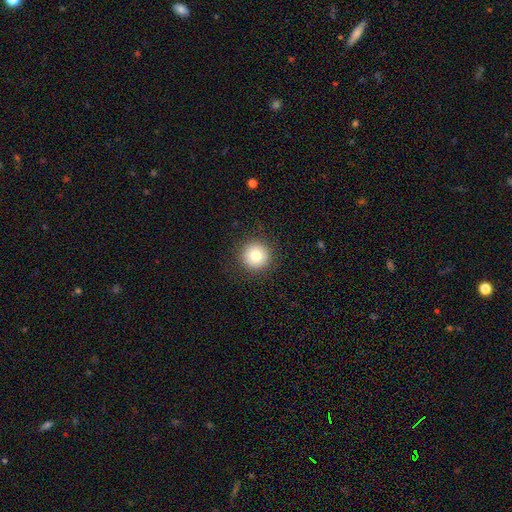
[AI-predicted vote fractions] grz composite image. It shows a smooth galaxy with no disk features (79%) that is round (96%). Merging: none (91%).